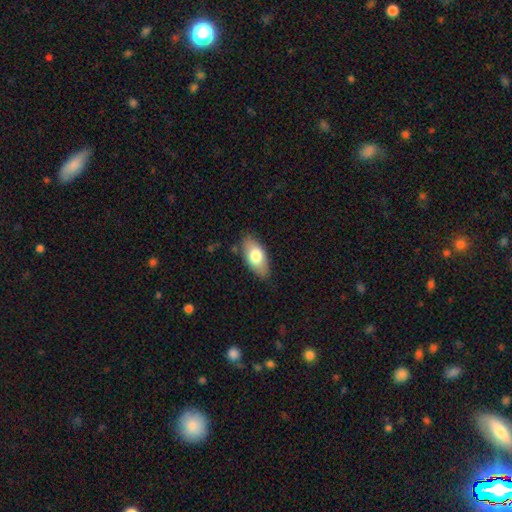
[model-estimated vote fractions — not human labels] smooth-or-featured: smooth: 74% | featured or disk: 20% | star or artifact: 6%
  how-rounded: in between: 90% | cigar-shaped: 7% | round: 3%
  merging: none: 82% | minor disturbance: 14% | major disturbance: 3% | merger: 1%